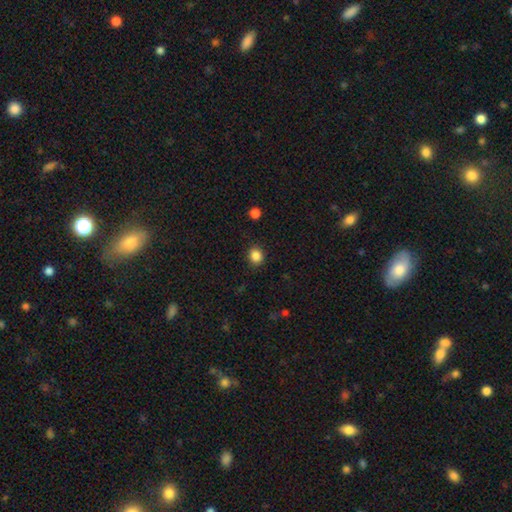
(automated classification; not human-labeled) Morphology: type=smooth (86%); roundness=round (75%); merging=none (87%).